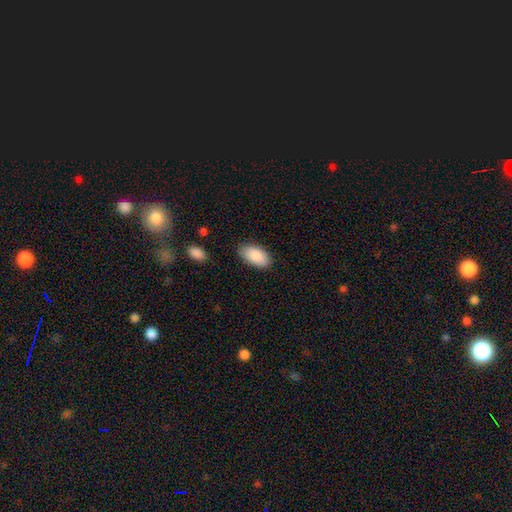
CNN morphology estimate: Smooth or featured?
  - smooth: 88% *
  - star or artifact: 6%
  - featured or disk: 6%
How rounded?
  - in between: 95% *
  - cigar-shaped: 3%
  - round: 2%
Merging?
  - none: 83% *
  - minor disturbance: 13%
  - major disturbance: 3%
  - merger: 2%